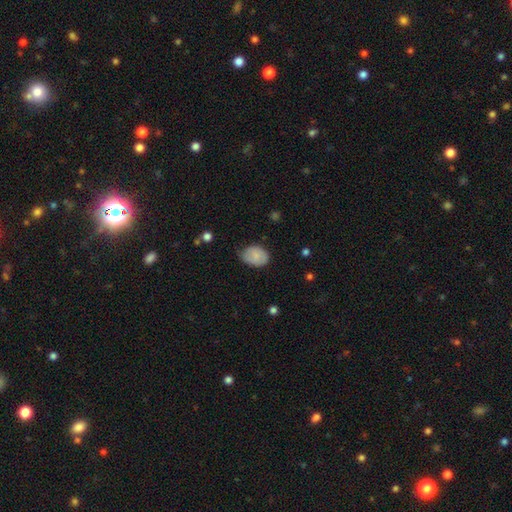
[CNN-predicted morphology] This appears to be a smooth galaxy with no disk features (76%) that is in between round and cigar-shaped (72%). Merging: none (56%).